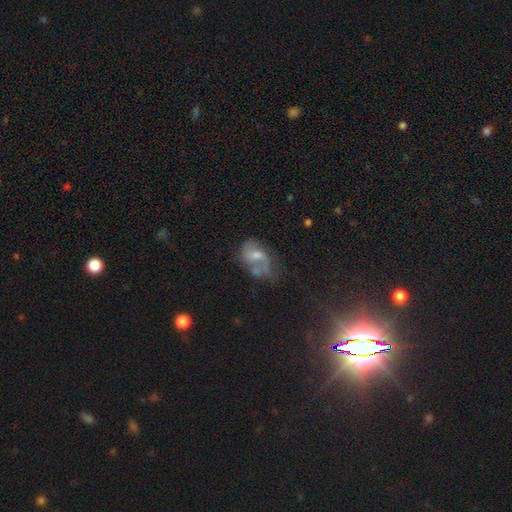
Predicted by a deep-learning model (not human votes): Smooth or featured?
  - featured or disk: 55% *
  - smooth: 28%
  - star or artifact: 17%
Edge-on disk?
  - no: 96% *
  - yes: 4%
Bar?
  - no: 54% *
  - weak: 38%
  - strong: 8%
Spiral arms?
  - yes: 73% *
  - no: 27%
Bulge size?
  - moderate: 50% *
  - small: 31%
  - none: 10%
  - large: 7%
  - dominant: 2%
Merging?
  - none: 46% *
  - minor disturbance: 23%
  - major disturbance: 17%
  - merger: 14%